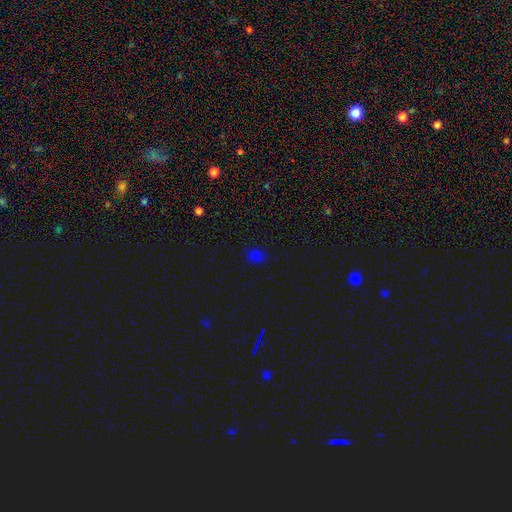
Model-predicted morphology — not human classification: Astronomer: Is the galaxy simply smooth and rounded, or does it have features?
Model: smooth — 69%.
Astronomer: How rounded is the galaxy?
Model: round — 61% (runner-up: in between, 37%).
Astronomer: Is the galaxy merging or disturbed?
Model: none — 84%.